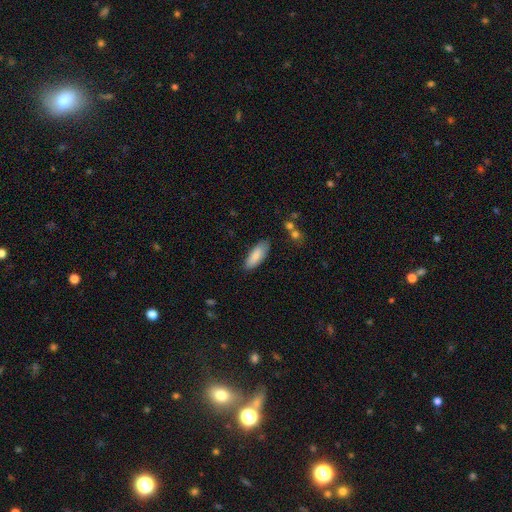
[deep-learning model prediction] The model was most divided on "how rounded": in between: 73%, cigar-shaped: 26%, round: 2%. More confident: smooth or featured — smooth (86%); merging — none (81%).